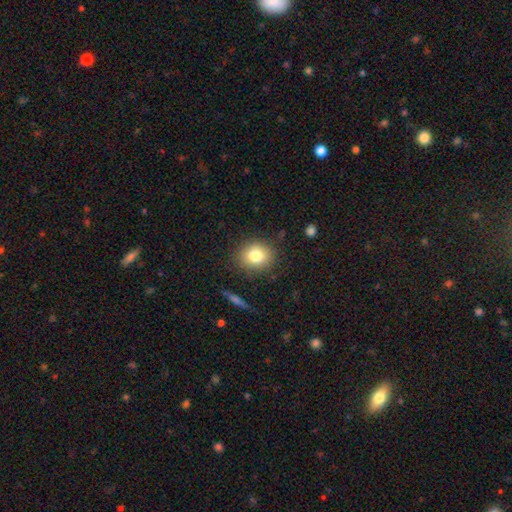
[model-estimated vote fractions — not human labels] smooth-or-featured: smooth: 79% | star or artifact: 11% | featured or disk: 10%
  how-rounded: round: 70% | in between: 28% | cigar-shaped: 1%
  merging: none: 85% | minor disturbance: 10% | major disturbance: 3% | merger: 2%